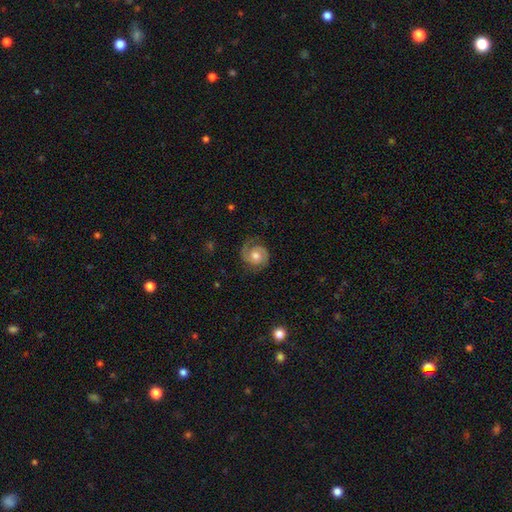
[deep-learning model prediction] Smooth or featured? featured or disk (75%)
Edge-on disk? no (98%)
Bar? no (66%)
Spiral arms? yes (95%)
Spiral winding? tight (46%)
Spiral arm count? 2 (82%)
Bulge size? moderate (68%)
Merging? none (74%)